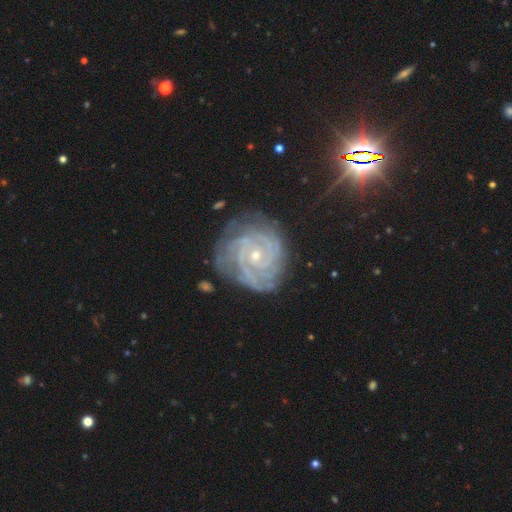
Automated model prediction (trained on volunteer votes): This appears to be a featured or disk galaxy (91%) with no bar (72%), 3 (25%) tight (83%) spiral arms (98%) and a small central bulge (72%). Merging: none (73%).